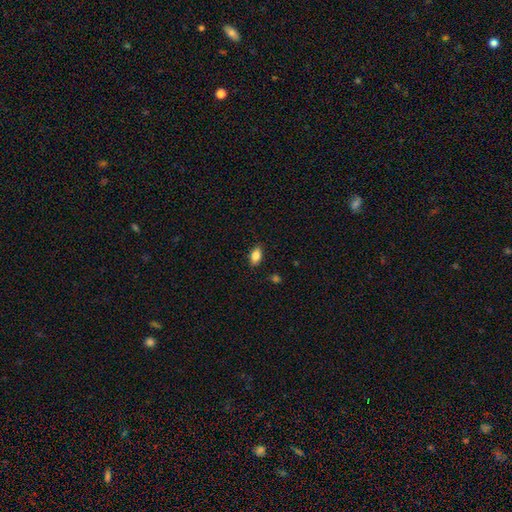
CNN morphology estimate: The model was most divided on "smooth or featured": smooth: 83%, featured or disk: 9%, star or artifact: 8%. More confident: how rounded — in between (88%); merging — none (87%).